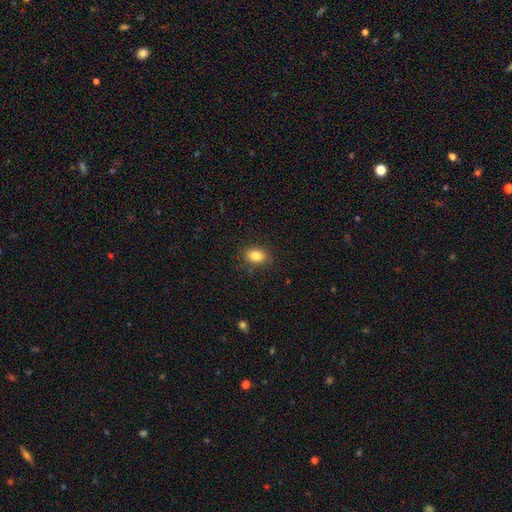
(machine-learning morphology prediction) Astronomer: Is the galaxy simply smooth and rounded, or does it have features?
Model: smooth — 85%.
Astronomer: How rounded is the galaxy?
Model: in between — 79%.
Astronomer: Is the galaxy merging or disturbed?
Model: none — 84%.